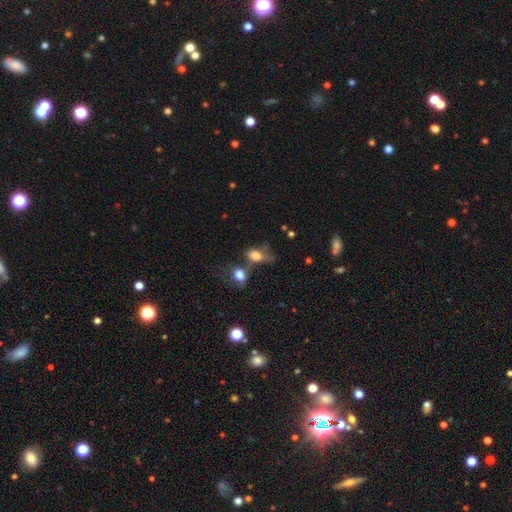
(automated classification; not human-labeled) Smooth or featured: smooth — 75% (featured or disk — 14%)
How rounded: in between — 78% (round — 19%)
Merging: merger — 41% (none — 24%)